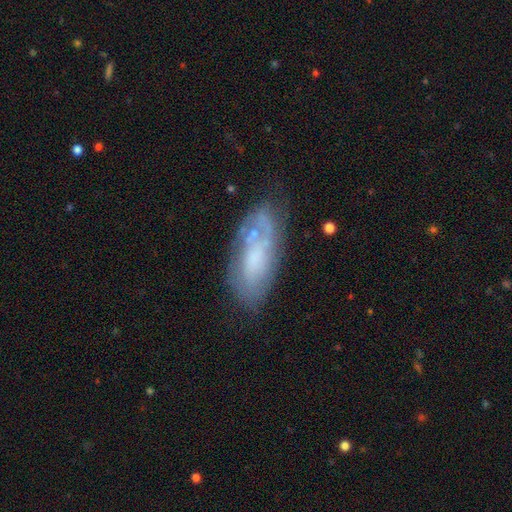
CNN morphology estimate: The model was most divided on "smooth or featured": featured or disk: 53%, smooth: 39%, star or artifact: 8%. More confident: edge-on disk — no (88%); merging — none (61%).